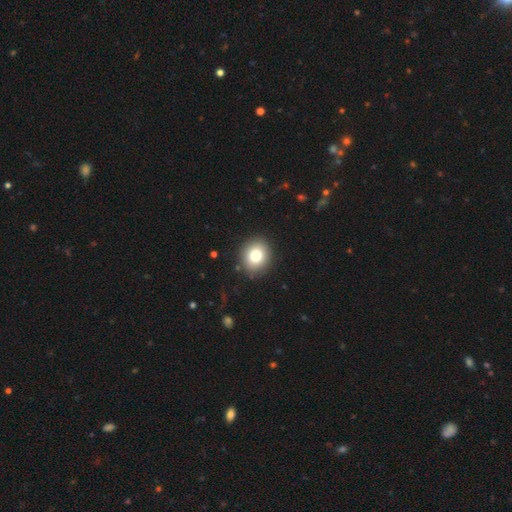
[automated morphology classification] Smooth or featured? smooth (78%)
How rounded? round (74%)
Merging? none (90%)